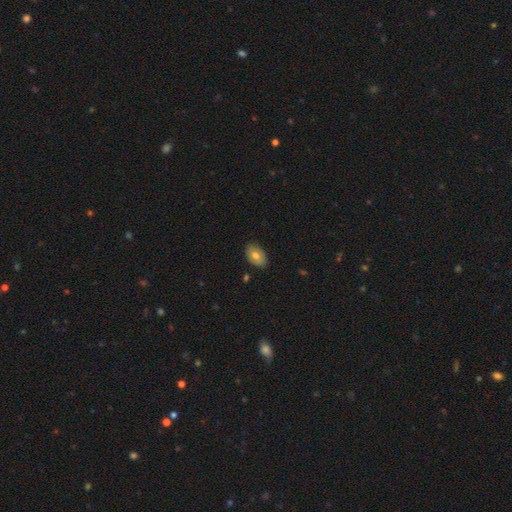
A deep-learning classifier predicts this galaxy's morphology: type=smooth (72%); roundness=in between (90%); merging=none (85%).